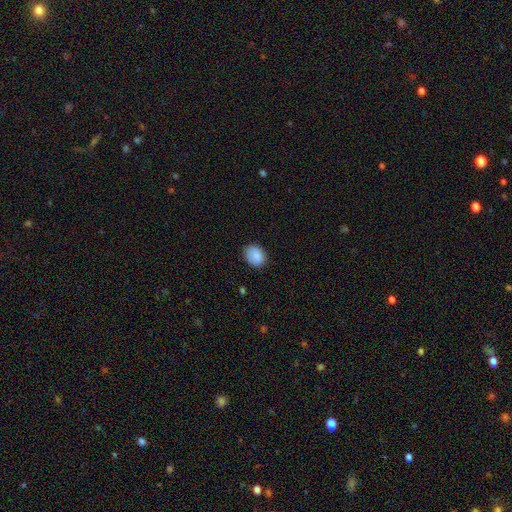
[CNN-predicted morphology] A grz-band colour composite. It shows a smooth galaxy with no disk features (87%) that is in between round and cigar-shaped (53%). Merging: none (83%).